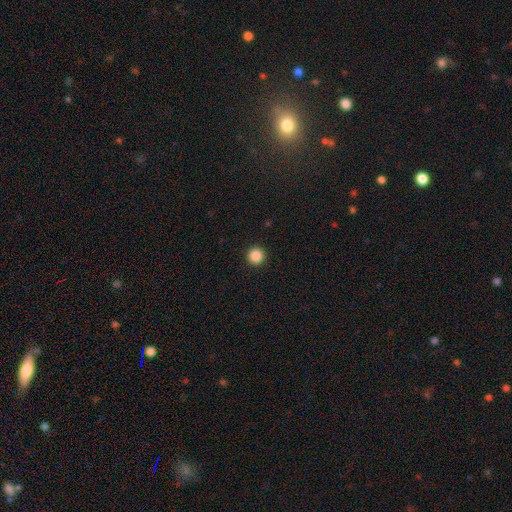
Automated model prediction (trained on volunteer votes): A smooth galaxy with no disk features (87%) that is round (96%). Merging: none (94%).